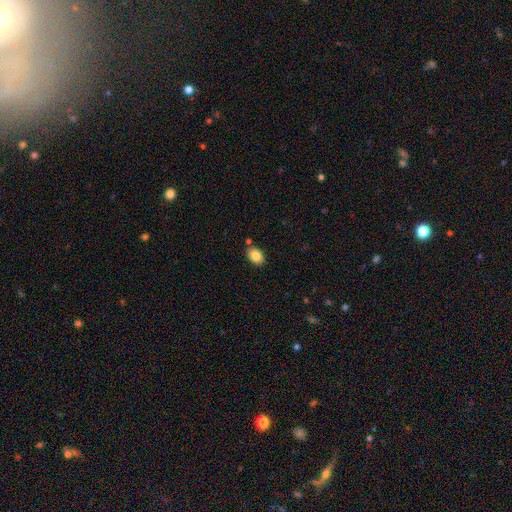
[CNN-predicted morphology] A smooth galaxy with no disk features (83%) that is in between round and cigar-shaped (77%).

Vote fractions:
- Smooth or featured? smooth: 83% / star or artifact: 8% / featured or disk: 8%
- How rounded? in between: 77% / round: 22% / cigar-shaped: 1%
- Merging? none: 82% / minor disturbance: 11% / merger: 5% / major disturbance: 2%